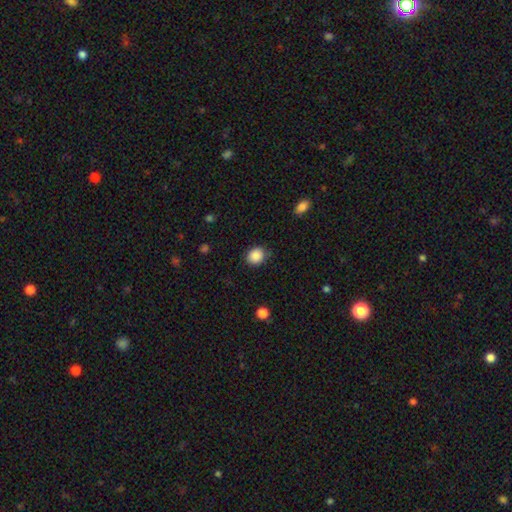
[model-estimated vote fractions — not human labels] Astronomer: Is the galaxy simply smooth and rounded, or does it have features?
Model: smooth — 88%.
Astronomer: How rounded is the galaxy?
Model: round — 70%.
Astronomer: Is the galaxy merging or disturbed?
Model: none — 84%.